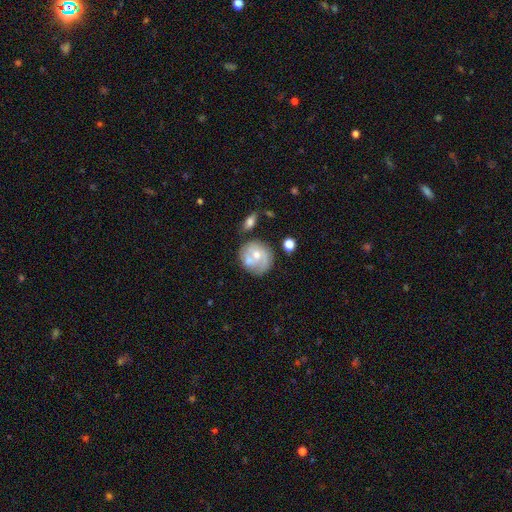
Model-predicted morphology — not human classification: This appears to be a featured or disk galaxy (58%) with no bar (71%), spiral arms (65%) and a moderate central bulge (58%). Merging: none (52%).